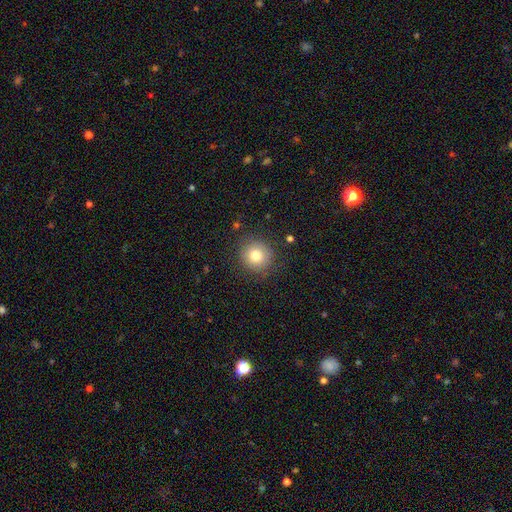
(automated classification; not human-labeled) A smooth galaxy with no disk features (80%) that is round (92%).

Vote fractions:
- Smooth or featured? smooth: 80% / star or artifact: 11% / featured or disk: 10%
- How rounded? round: 92% / in between: 7% / cigar-shaped: 1%
- Merging? none: 87% / minor disturbance: 9% / major disturbance: 3% / merger: 1%